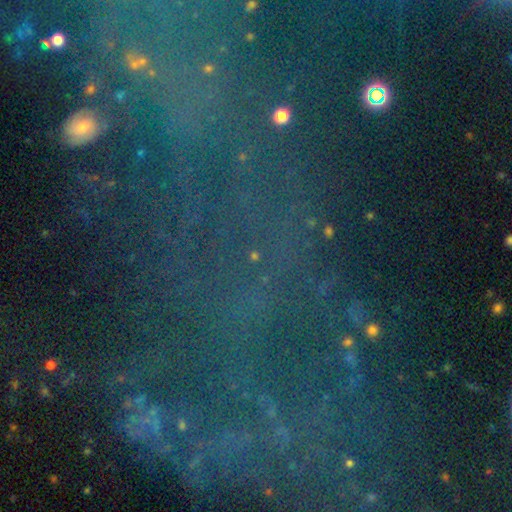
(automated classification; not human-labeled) Morphology: type=star or artifact (74%).